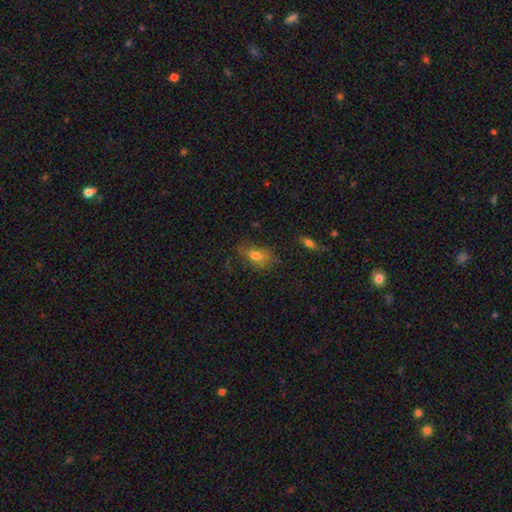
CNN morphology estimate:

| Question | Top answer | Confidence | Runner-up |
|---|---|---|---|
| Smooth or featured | smooth | 73% | featured or disk (16%) |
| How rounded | in between | 81% | round (15%) |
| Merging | none | 59% | minor disturbance (25%) |